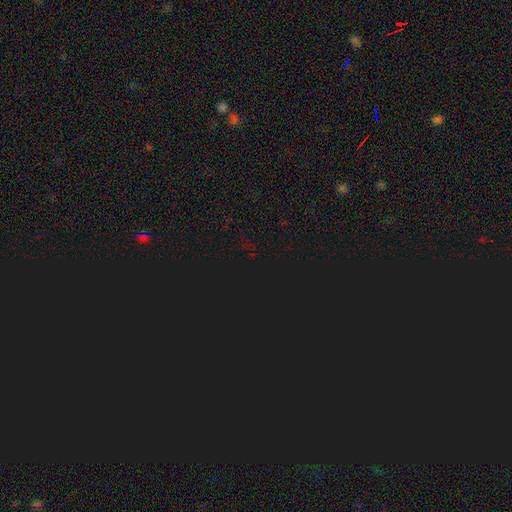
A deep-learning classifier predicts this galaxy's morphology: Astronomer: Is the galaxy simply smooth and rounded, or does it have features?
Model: star or artifact — 82%.